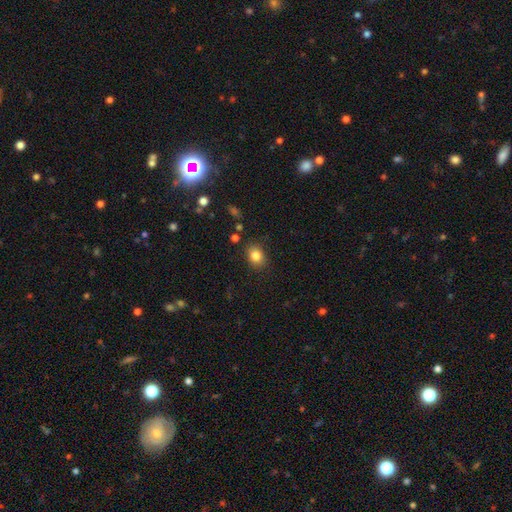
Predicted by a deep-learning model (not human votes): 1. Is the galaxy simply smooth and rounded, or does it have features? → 83% smooth, 10% star or artifact, 7% featured or disk.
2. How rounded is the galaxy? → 58% in between, 41% round, 1% cigar-shaped.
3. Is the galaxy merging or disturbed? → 84% none, 11% minor disturbance, 3% major disturbance, 2% merger.